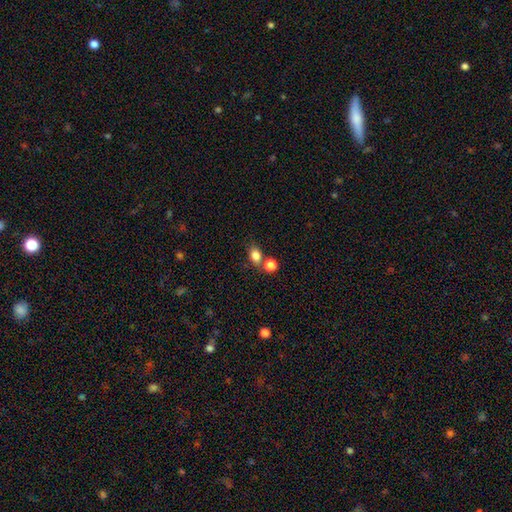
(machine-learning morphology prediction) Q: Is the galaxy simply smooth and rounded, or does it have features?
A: smooth — 82%.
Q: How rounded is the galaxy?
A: in between — 62%.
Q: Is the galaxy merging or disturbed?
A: none — 58%.